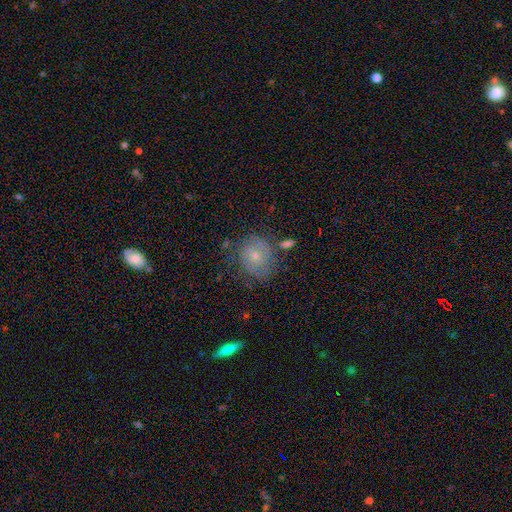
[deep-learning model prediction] Smooth or featured: smooth — 47% (featured or disk — 43%)
Merging: none — 64% (minor disturbance — 21%)